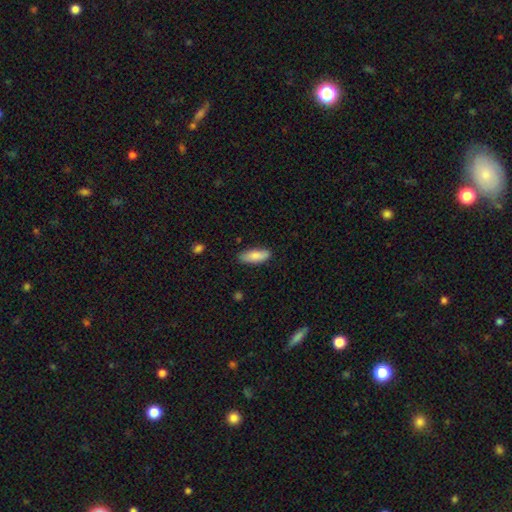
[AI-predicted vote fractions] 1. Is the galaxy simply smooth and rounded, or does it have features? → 84% smooth, 10% featured or disk, 6% star or artifact.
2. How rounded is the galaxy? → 69% in between, 29% cigar-shaped, 2% round.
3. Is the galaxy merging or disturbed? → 82% none, 14% minor disturbance, 2% major disturbance, 1% merger.